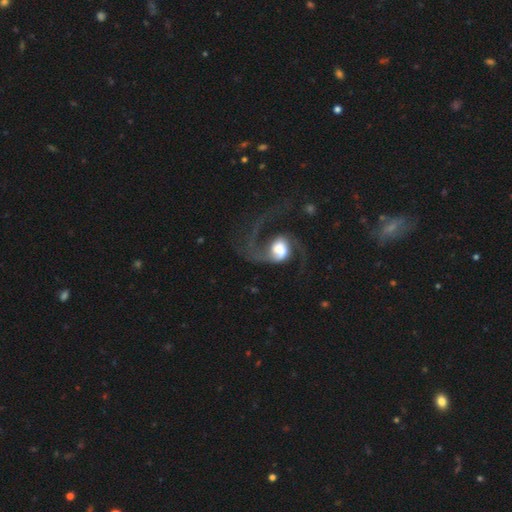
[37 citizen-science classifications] Smooth or featured?
  - featured or disk: 92% *
  - smooth: 5%
  - star or artifact: 3%
Edge-on disk?
  - no: 100% *
  - yes: 0%
Bar?
  - no: 62% *
  - strong: 21%
  - weak: 18%
Spiral arms?
  - yes: 100% *
  - no: 0%
Spiral winding?
  - medium: 47% * (tied)
  - loose: 47% * (tied)
  - tight: 6%
Spiral arm count?
  - 2: 88% *
  - 1: 12%
  - 3: 0%
  - 4: 0%
  - more than 4: 0%
  - can't tell: 0%
Bulge size?
  - moderate: 44% *
  - large: 35%
  - small: 12%
  - dominant: 9%
  - none: 0%
Merging?
  - none: 58% *
  - major disturbance: 19%
  - minor disturbance: 14%
  - merger: 8%